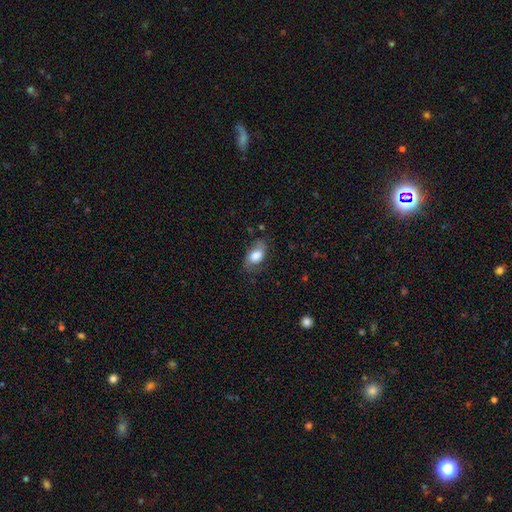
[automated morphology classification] smooth 68%, featured or disk 24%, star or artifact 8%. Down the decision tree: how rounded — in between (89%); merging — none (65%).